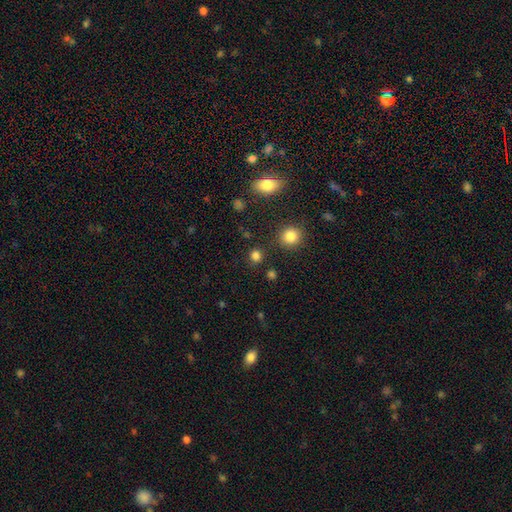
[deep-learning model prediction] smooth-or-featured: smooth: 80% | star or artifact: 16% | featured or disk: 4%
  how-rounded: round: 86% | in between: 12% | cigar-shaped: 1%
  merging: none: 86% | minor disturbance: 7% | merger: 4% | major disturbance: 3%